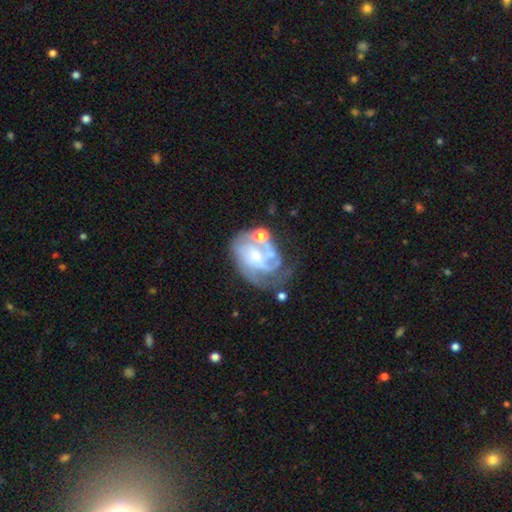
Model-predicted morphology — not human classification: This is likely a featured or disk galaxy (78%). It is clearly not viewed edge-on (98%). Bar: likely no (65%). Spiral arm pattern: clearly yes (86%). Spiral arm count: marginally can't tell (35%). Spiral winding: possibly tight (49%). Central bulge: possibly small (56%). Merging: marginally none (38%).